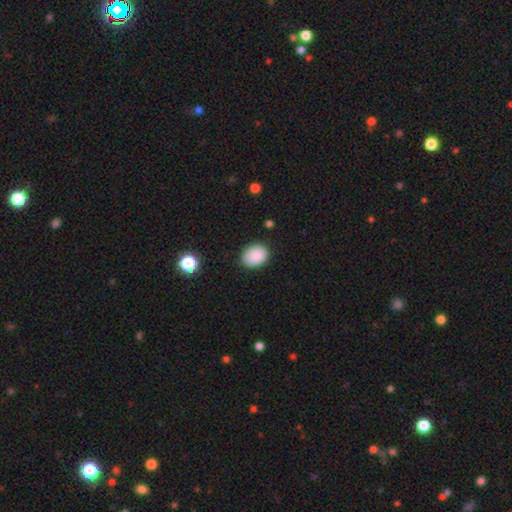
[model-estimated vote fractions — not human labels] This is clearly a smooth galaxy (87%). How rounded: possibly in between (52%). Merging: clearly none (84%).